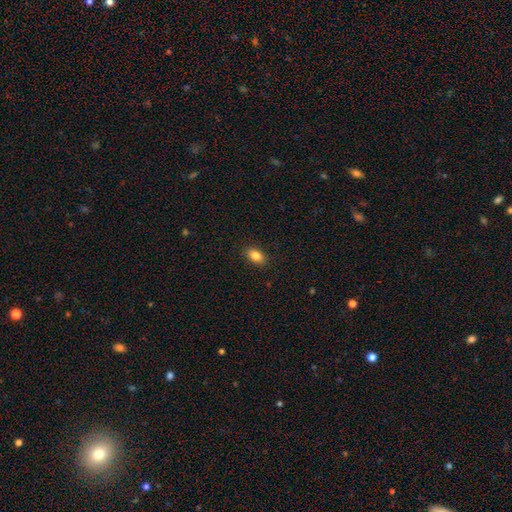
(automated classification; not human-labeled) Smooth or featured? Predicted: smooth (p=0.84). How rounded? Predicted: in between (p=0.86). Merging? Predicted: none (p=0.90).